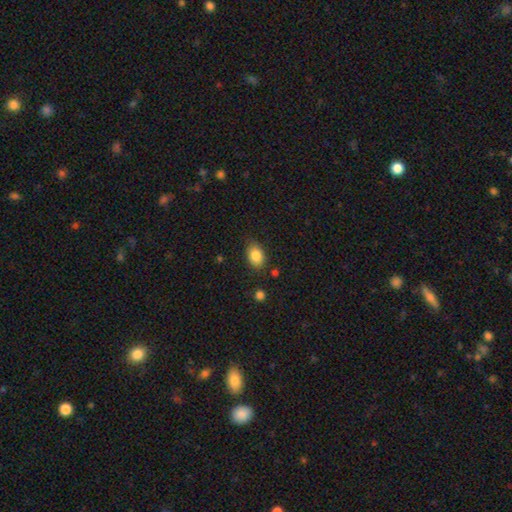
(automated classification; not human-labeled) A smooth galaxy with no disk features (85%) that is in between round and cigar-shaped (79%).

Vote fractions:
- Smooth or featured? smooth: 85% / star or artifact: 8% / featured or disk: 6%
- How rounded? in between: 79% / round: 19% / cigar-shaped: 1%
- Merging? none: 79% / minor disturbance: 15% / major disturbance: 3% / merger: 2%